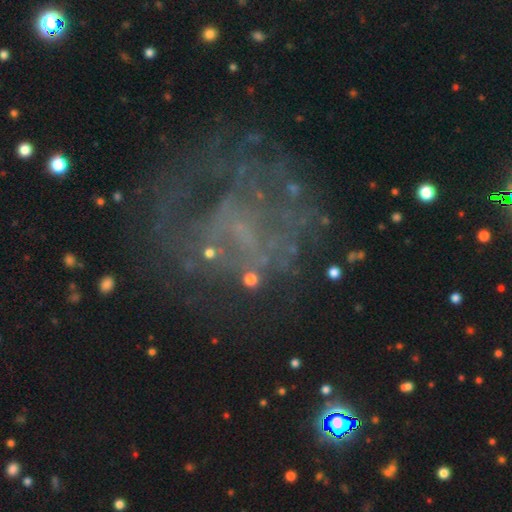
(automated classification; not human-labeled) A featured or disk galaxy (59%) with no bar (74%), no spiral arms (69%) and no central bulge (60%). Merging: none (48%).